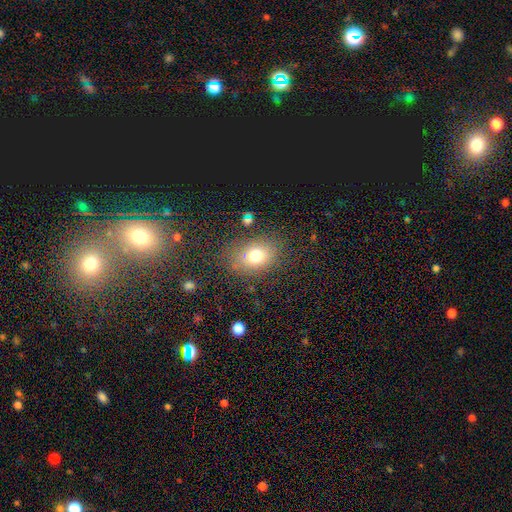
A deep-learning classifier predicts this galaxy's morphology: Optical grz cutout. It shows a smooth galaxy with no disk features (74%) that is in between round and cigar-shaped (64%). Merging: none (77%).